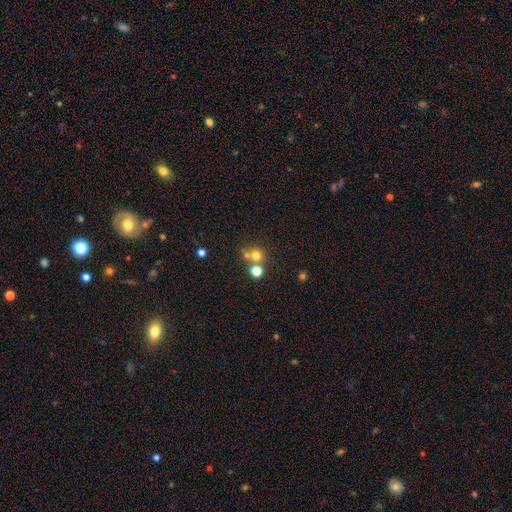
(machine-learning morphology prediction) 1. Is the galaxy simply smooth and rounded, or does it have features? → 69% smooth, 20% star or artifact, 11% featured or disk.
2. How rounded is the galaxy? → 89% round, 10% in between, 1% cigar-shaped.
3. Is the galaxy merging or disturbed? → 54% none, 35% merger, 7% minor disturbance, 4% major disturbance.